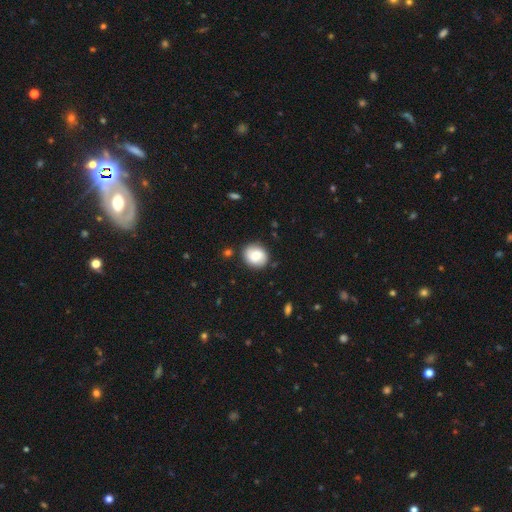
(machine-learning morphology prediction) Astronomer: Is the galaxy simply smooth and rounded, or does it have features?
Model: smooth — 75%.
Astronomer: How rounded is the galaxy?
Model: round — 74%.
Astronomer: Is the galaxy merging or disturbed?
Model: none — 84%.